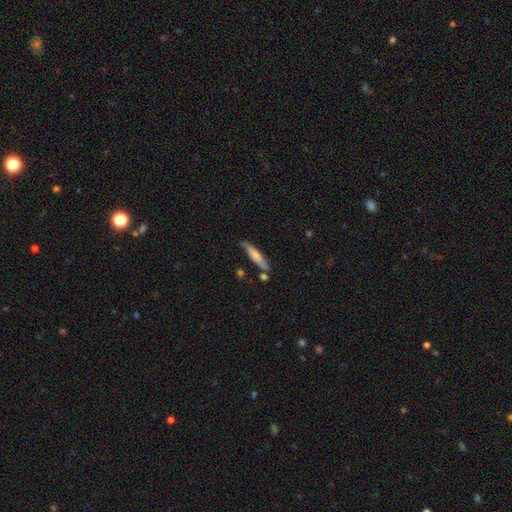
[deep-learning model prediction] A smooth galaxy with no disk features (66%) that is cigar-shaped (84%).

Vote fractions:
- Smooth or featured? smooth: 66% / featured or disk: 28% / star or artifact: 6%
- How rounded? cigar-shaped: 84% / in between: 15% / round: 2%
- Merging? none: 71% / minor disturbance: 19% / merger: 7% / major disturbance: 4%